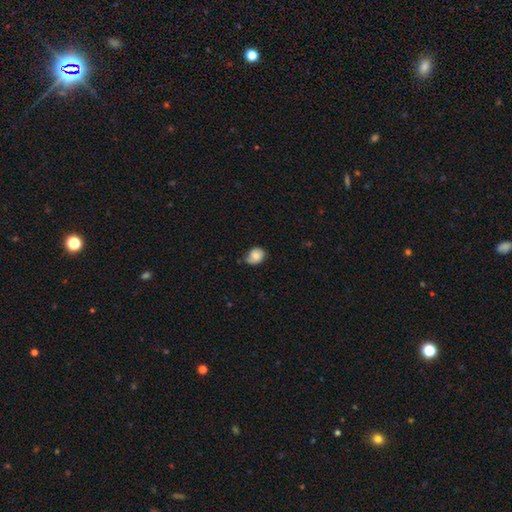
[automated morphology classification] Smooth or featured?
  - smooth: 72% *
  - featured or disk: 20%
  - star or artifact: 8%
How rounded?
  - round: 53% *
  - in between: 46%
  - cigar-shaped: 1%
Merging?
  - none: 44% *
  - minor disturbance: 40%
  - major disturbance: 14%
  - merger: 3%